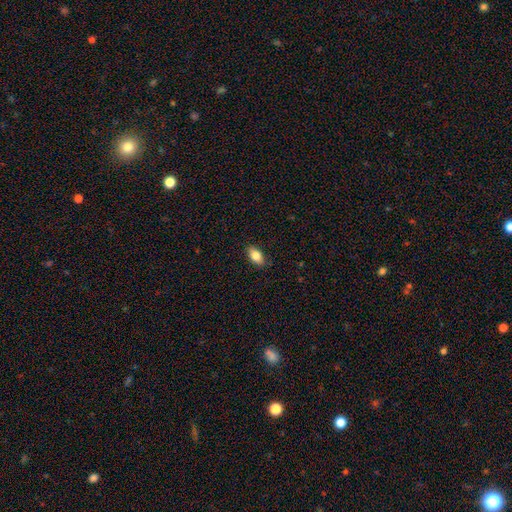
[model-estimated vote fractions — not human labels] A smooth galaxy with no disk features (81%) that is in between round and cigar-shaped (89%). Merging: none (85%).